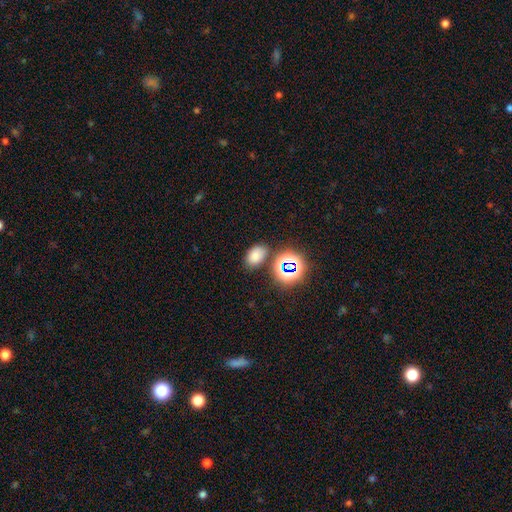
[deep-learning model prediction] Q: Smooth or featured?
A: smooth (70%); runner-up: star or artifact (21%)
Q: How rounded?
A: in between (82%); runner-up: round (17%)
Q: Merging?
A: none (77%); runner-up: minor disturbance (12%)